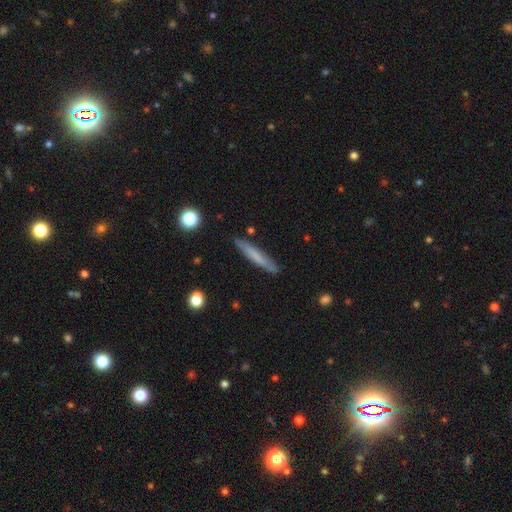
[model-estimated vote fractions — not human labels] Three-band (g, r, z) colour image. It shows a smooth galaxy with no disk features (64%) that is cigar-shaped (95%). Merging: none (87%).